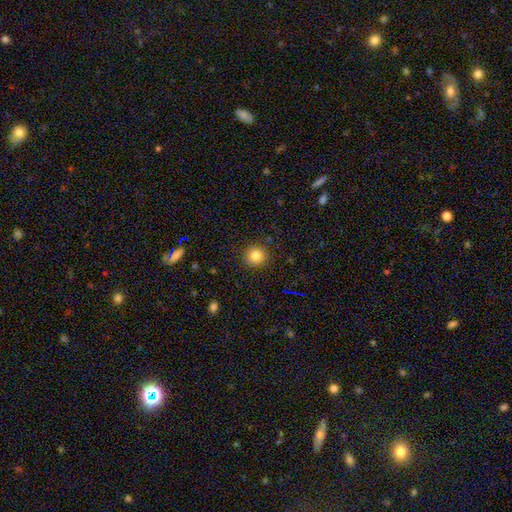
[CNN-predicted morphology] Smooth or featured?
  - smooth: 83% *
  - star or artifact: 11%
  - featured or disk: 6%
How rounded?
  - round: 92% *
  - in between: 7%
  - cigar-shaped: 1%
Merging?
  - none: 90% *
  - minor disturbance: 7%
  - major disturbance: 2%
  - merger: 1%